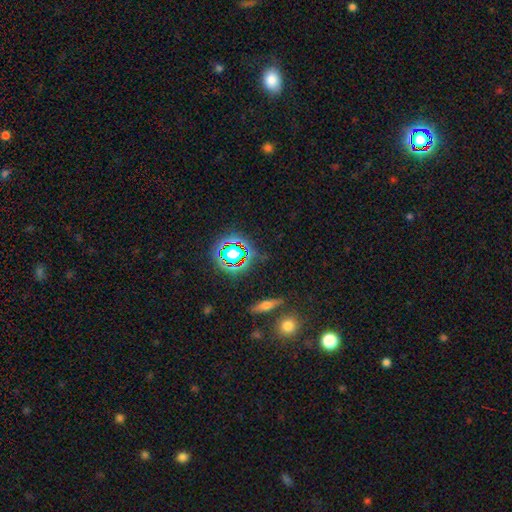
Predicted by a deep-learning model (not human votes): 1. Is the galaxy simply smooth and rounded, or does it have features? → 62% star or artifact, 21% smooth, 17% featured or disk.